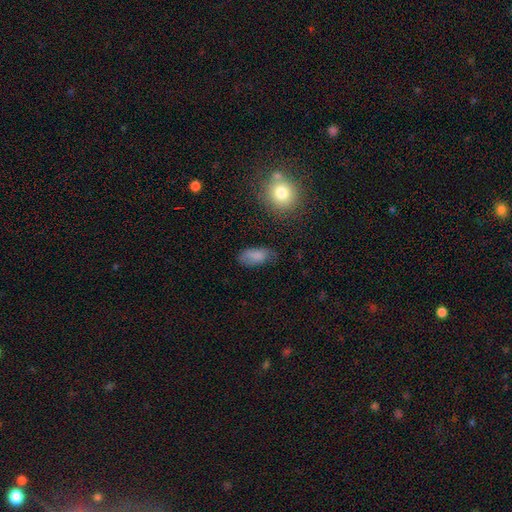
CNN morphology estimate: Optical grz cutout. It shows a smooth galaxy with no disk features (80%) that is in between round and cigar-shaped (91%). Merging: none (60%).